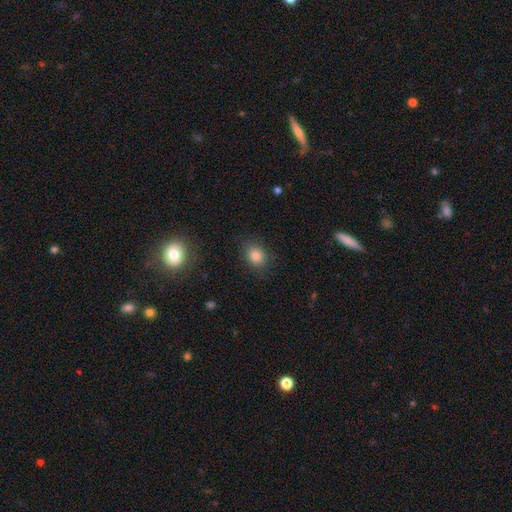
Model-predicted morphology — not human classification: This appears to be a smooth galaxy with no disk features (82%) that is round (55%). Merging: none (84%).